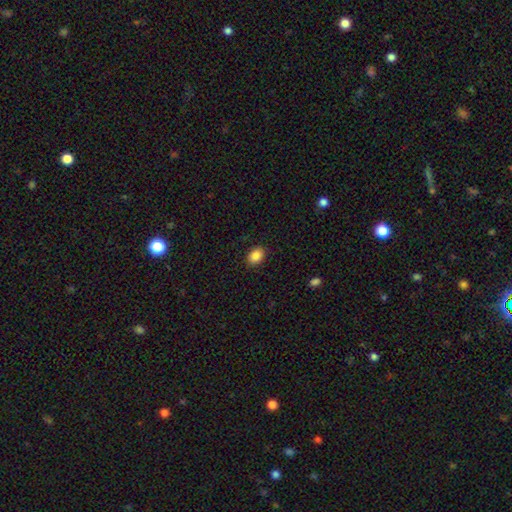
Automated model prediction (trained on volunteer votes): Smooth or featured? smooth (87%)
How rounded? in between (69%)
Merging? none (89%)